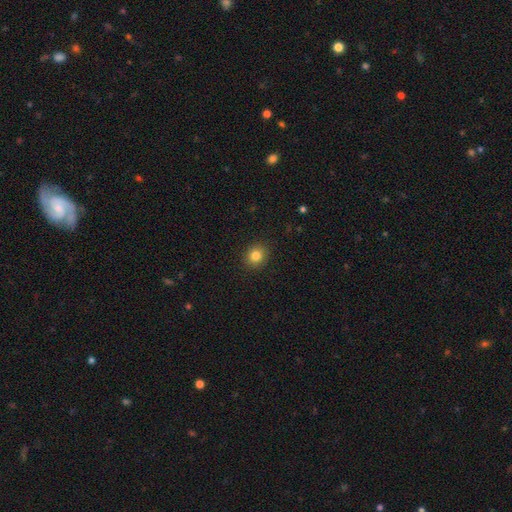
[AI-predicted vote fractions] Smooth or featured: smooth — 82% (star or artifact — 11%)
How rounded: round — 75% (in between — 24%)
Merging: none — 91% (minor disturbance — 6%)